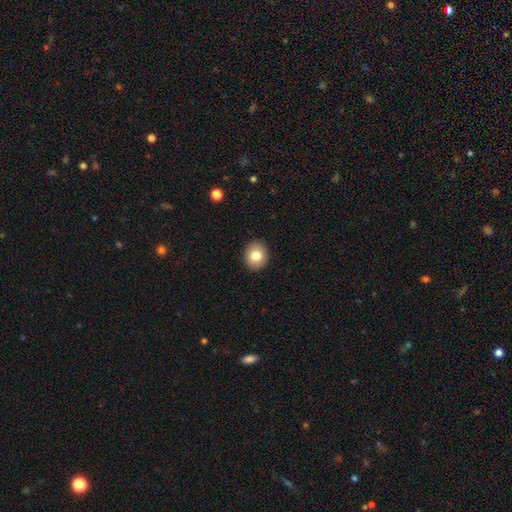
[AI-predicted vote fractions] Smooth or featured? smooth (81%)
How rounded? round (74%)
Merging? none (92%)